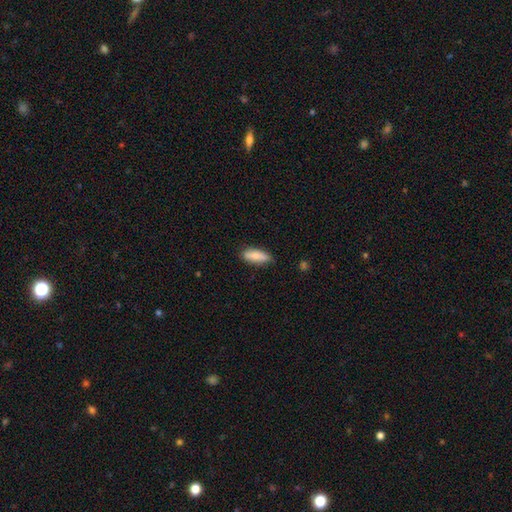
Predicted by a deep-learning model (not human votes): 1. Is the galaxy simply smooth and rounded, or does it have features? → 80% smooth, 14% featured or disk, 6% star or artifact.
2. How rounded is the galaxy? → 68% in between, 30% cigar-shaped, 2% round.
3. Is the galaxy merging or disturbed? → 81% none, 16% minor disturbance, 2% major disturbance, 1% merger.